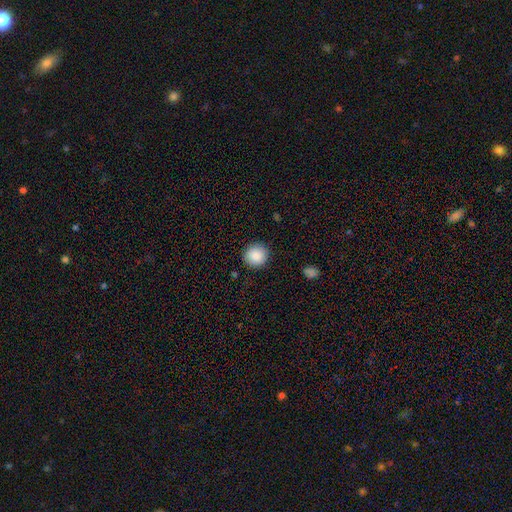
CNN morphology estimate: This appears to be a smooth galaxy with no disk features (88%) that is round (94%). Merging: none (89%).